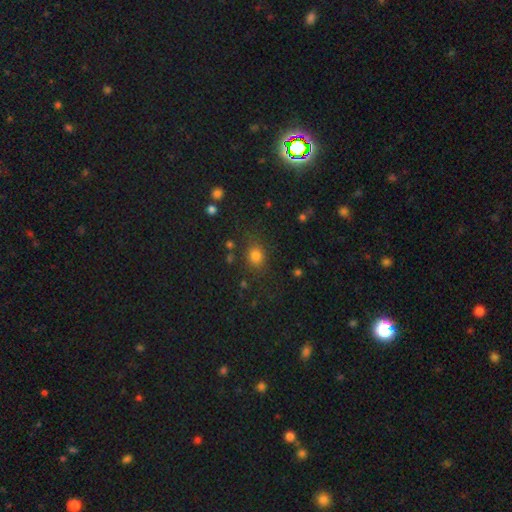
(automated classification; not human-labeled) smooth-or-featured: smooth: 78% | star or artifact: 15% | featured or disk: 7%
  how-rounded: round: 58% | in between: 40% | cigar-shaped: 1%
  merging: none: 77% | minor disturbance: 14% | major disturbance: 6% | merger: 3%